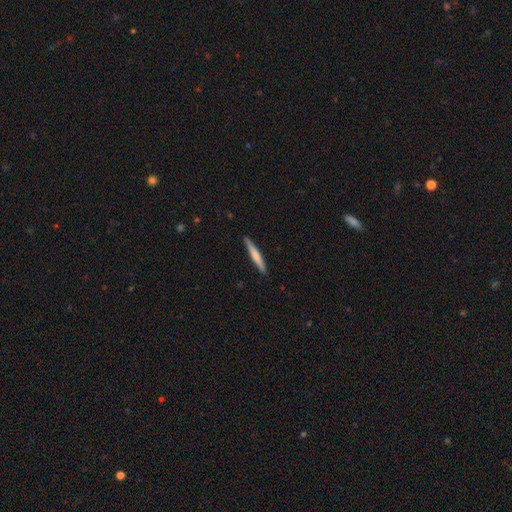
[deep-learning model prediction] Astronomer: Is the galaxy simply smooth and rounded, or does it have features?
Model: smooth — 54% (runner-up: featured or disk, 41%).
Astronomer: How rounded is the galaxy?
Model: cigar-shaped — 95%.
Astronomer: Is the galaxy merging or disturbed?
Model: none — 90%.